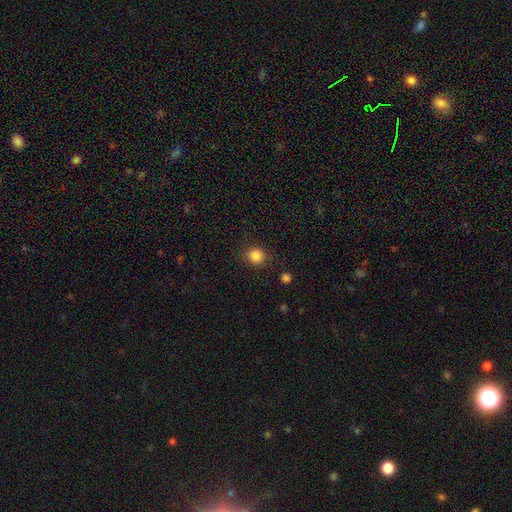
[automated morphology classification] smooth-or-featured: smooth: 85% | star or artifact: 11% | featured or disk: 4%
  how-rounded: round: 87% | in between: 12% | cigar-shaped: 1%
  merging: none: 86% | minor disturbance: 9% | major disturbance: 3% | merger: 2%